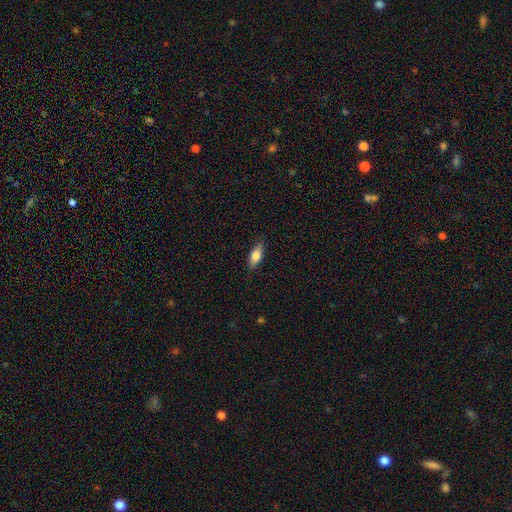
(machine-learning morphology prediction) The model was most divided on "how rounded": in between: 73%, cigar-shaped: 24%, round: 3%. More confident: merging — none (84%); smooth or featured — smooth (73%).